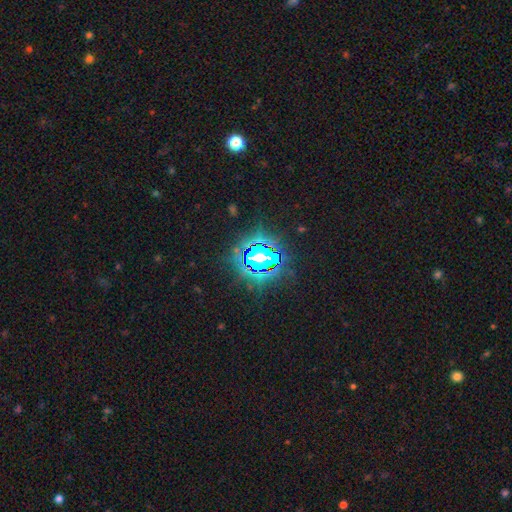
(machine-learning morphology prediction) A star or artifact, not a galaxy (81%).